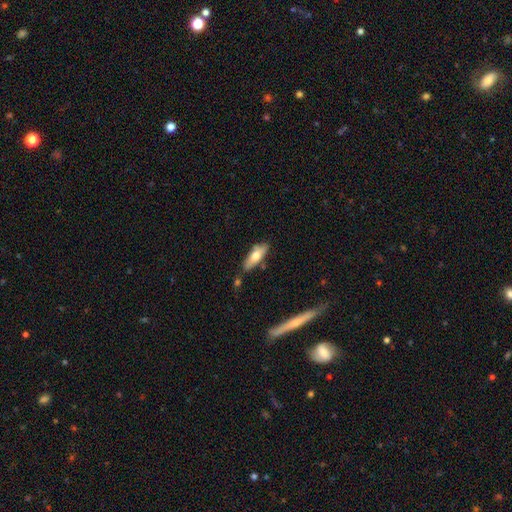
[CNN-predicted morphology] smooth_or_featured: smooth (p=0.66) [alt: featured or disk p=0.28]
how_rounded: in between (p=0.62) [alt: cigar-shaped p=0.35]
merging: none (p=0.72) [alt: minor disturbance p=0.17]